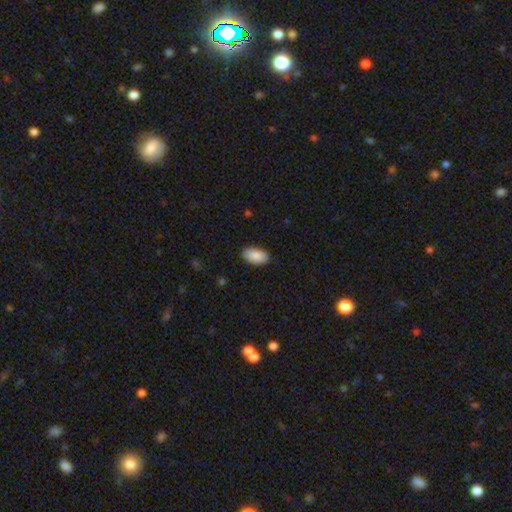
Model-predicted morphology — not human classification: A smooth galaxy with no disk features (89%) that is in between round and cigar-shaped (95%).

Vote fractions:
- Smooth or featured? smooth: 89% / star or artifact: 6% / featured or disk: 5%
- How rounded? in between: 95% / round: 3% / cigar-shaped: 2%
- Merging? none: 87% / minor disturbance: 10% / major disturbance: 2% / merger: 1%